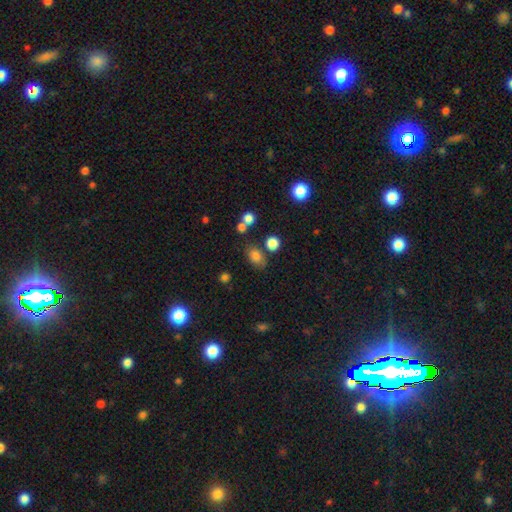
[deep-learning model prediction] Smooth or featured?
  - smooth: 79% *
  - star or artifact: 14%
  - featured or disk: 8%
How rounded?
  - in between: 69% *
  - round: 29%
  - cigar-shaped: 2%
Merging?
  - none: 69% *
  - minor disturbance: 16%
  - merger: 10%
  - major disturbance: 5%